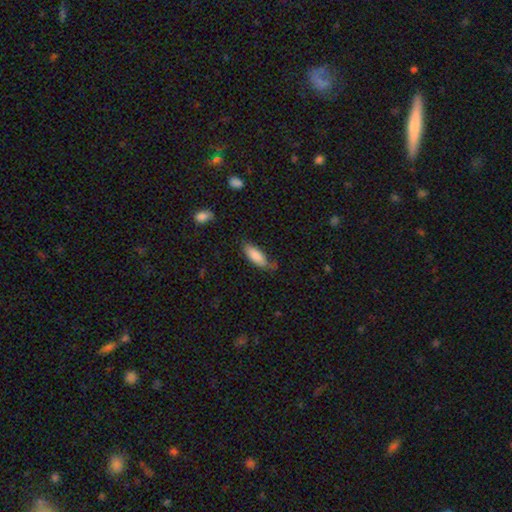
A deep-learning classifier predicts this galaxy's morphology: Smooth or featured?
  - smooth: 84% *
  - featured or disk: 10%
  - star or artifact: 6%
How rounded?
  - in between: 70% *
  - cigar-shaped: 28%
  - round: 2%
Merging?
  - none: 57% *
  - minor disturbance: 32%
  - major disturbance: 9%
  - merger: 3%